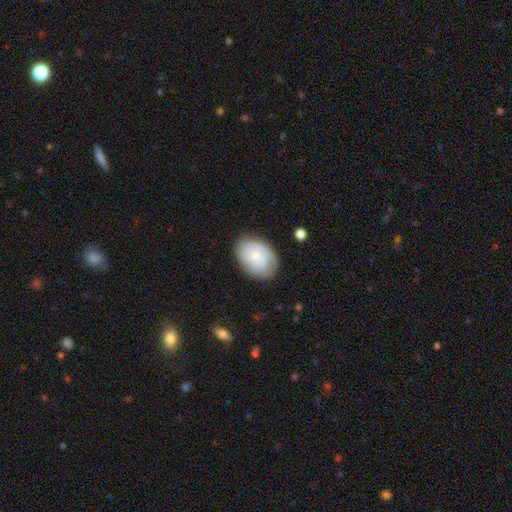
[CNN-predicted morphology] Smooth or featured? featured or disk (52%)
Edge-on disk? no (97%)
Merging? none (75%)